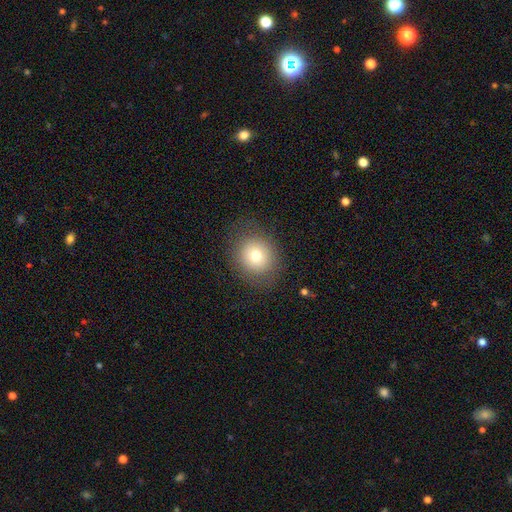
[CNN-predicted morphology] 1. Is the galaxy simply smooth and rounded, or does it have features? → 73% smooth, 14% featured or disk, 13% star or artifact.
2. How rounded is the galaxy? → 79% round, 20% in between, 1% cigar-shaped.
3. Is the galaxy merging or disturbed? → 82% none, 11% minor disturbance, 6% major disturbance, 1% merger.